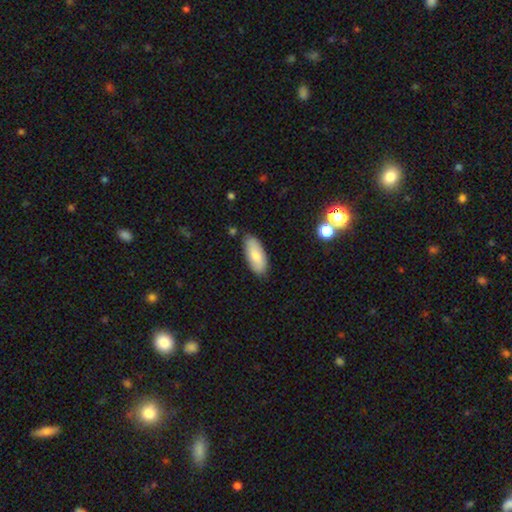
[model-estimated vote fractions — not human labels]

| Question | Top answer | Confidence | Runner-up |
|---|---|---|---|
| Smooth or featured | smooth | 75% | featured or disk (19%) |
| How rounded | in between | 84% | cigar-shaped (13%) |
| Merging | none | 83% | minor disturbance (13%) |